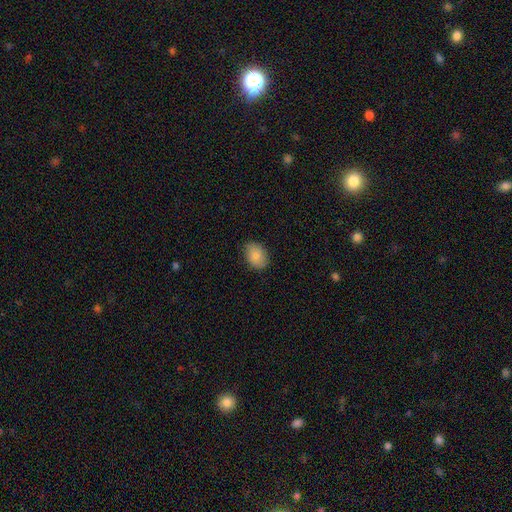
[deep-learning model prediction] The model was most divided on "how rounded": in between: 78%, round: 21%, cigar-shaped: 1%. More confident: smooth or featured — smooth (87%); merging — none (85%).